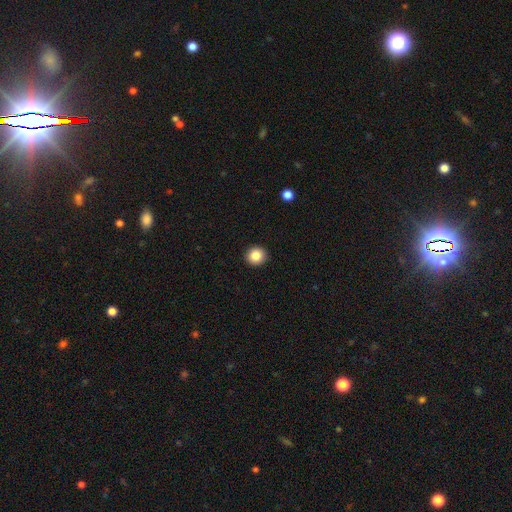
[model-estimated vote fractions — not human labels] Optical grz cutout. It shows a smooth galaxy with no disk features (86%) that is round (91%). Merging: none (92%).